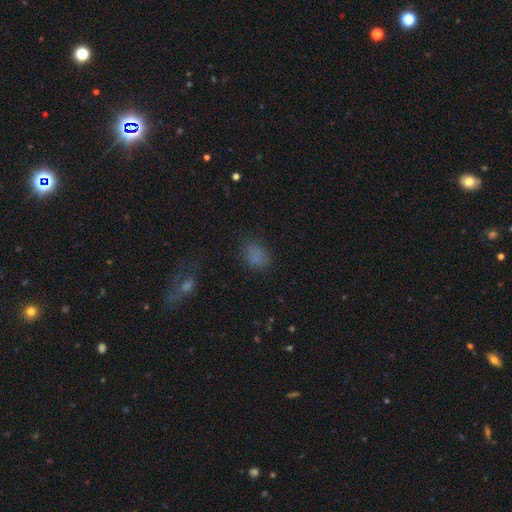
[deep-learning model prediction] Morphology: type=smooth (76%); roundness=in between (70%); merging=none (70%).